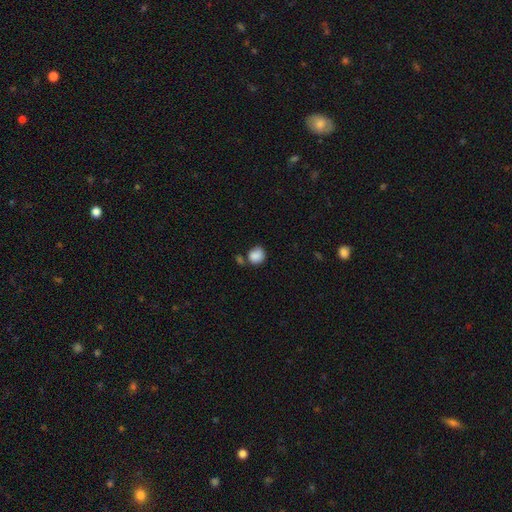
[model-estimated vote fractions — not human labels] Smooth or featured? smooth (88%)
How rounded? round (77%)
Merging? none (60%)